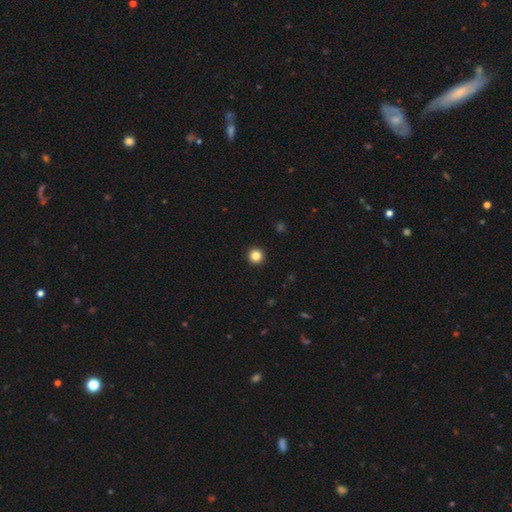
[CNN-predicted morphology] Smooth or featured? smooth (85%)
How rounded? round (96%)
Merging? none (94%)